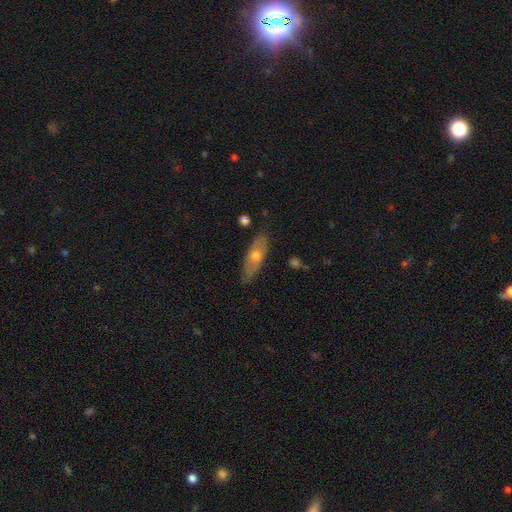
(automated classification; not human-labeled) smooth-or-featured: smooth: 53% | featured or disk: 40% | star or artifact: 6%
  how-rounded: in between: 60% | cigar-shaped: 36% | round: 3%
  merging: none: 82% | minor disturbance: 14% | major disturbance: 3% | merger: 2%